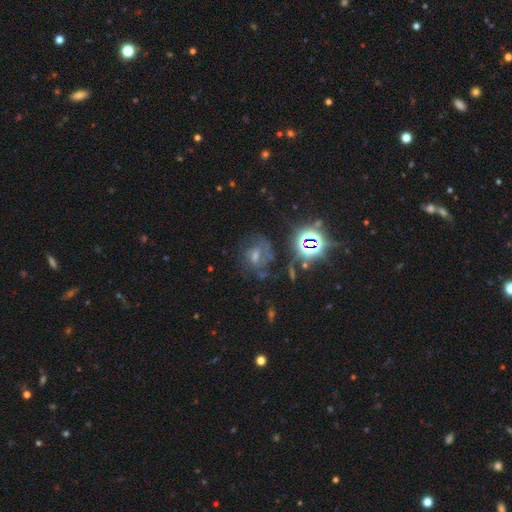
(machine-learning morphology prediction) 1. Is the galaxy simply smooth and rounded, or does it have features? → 44% featured or disk, 39% star or artifact, 18% smooth.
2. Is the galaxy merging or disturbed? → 63% none, 18% minor disturbance, 15% major disturbance, 4% merger.